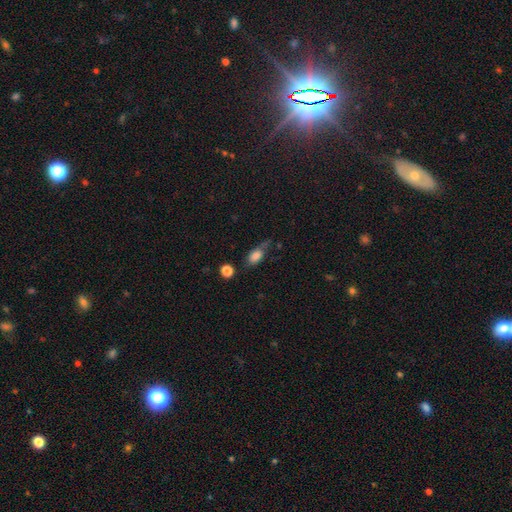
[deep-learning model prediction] Overall: smooth (78%). How rounded: in between (82%). Merging: none (45%; minor disturbance 32%).